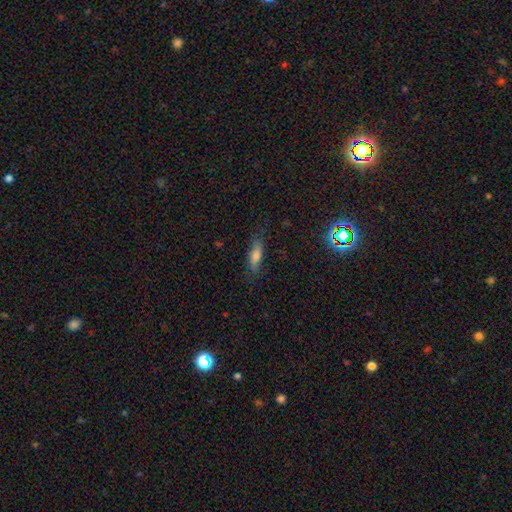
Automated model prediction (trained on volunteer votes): A smooth galaxy with no disk features (65%) that is cigar-shaped (52%). Merging: none (78%).